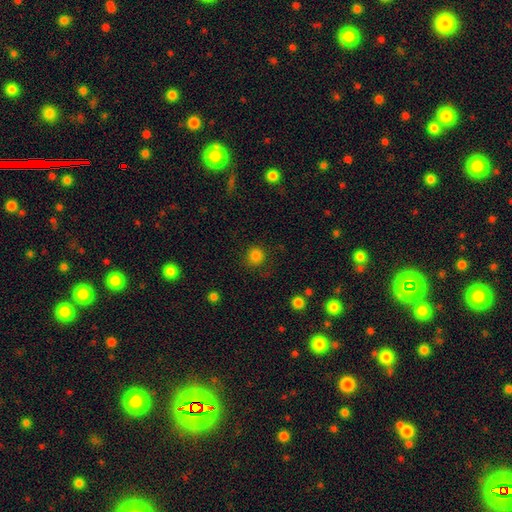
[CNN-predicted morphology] Smooth or featured: smooth — 83% (star or artifact — 13%)
How rounded: round — 91% (in between — 8%)
Merging: none — 82% (minor disturbance — 11%)